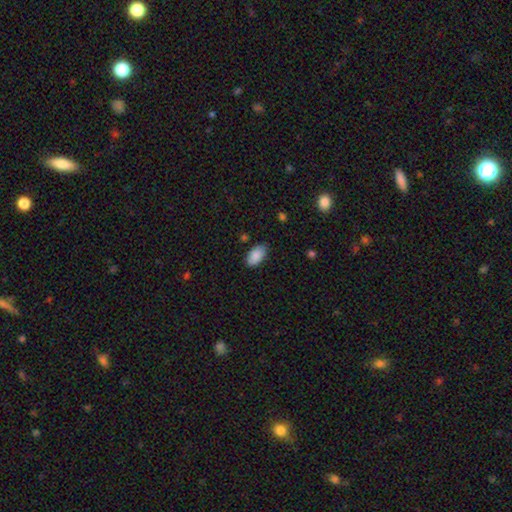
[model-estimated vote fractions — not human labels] smooth 88%, star or artifact 7%, featured or disk 5%. Down the decision tree: how rounded — in between (95%); merging — none (81%).